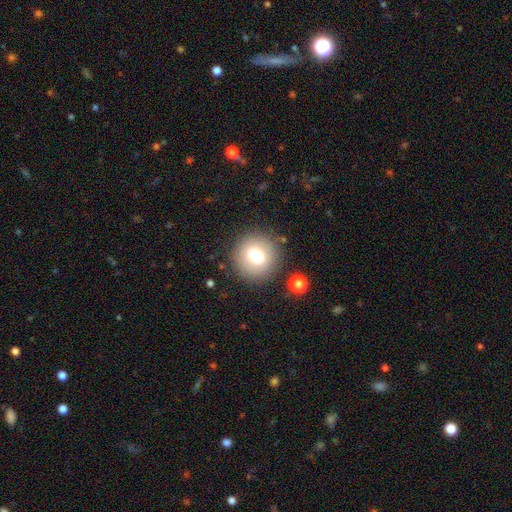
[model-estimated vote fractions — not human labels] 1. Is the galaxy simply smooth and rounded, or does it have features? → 72% smooth, 17% featured or disk, 11% star or artifact.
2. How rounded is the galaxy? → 91% round, 8% in between, 1% cigar-shaped.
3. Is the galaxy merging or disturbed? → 86% none, 8% minor disturbance, 4% major disturbance, 3% merger.